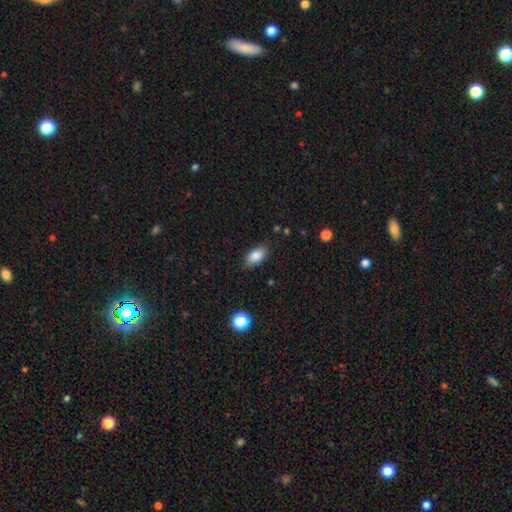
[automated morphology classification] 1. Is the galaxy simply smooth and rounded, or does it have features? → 86% smooth, 8% star or artifact, 6% featured or disk.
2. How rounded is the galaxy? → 90% in between, 5% round, 5% cigar-shaped.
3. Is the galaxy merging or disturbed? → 85% none, 11% minor disturbance, 3% major disturbance, 1% merger.